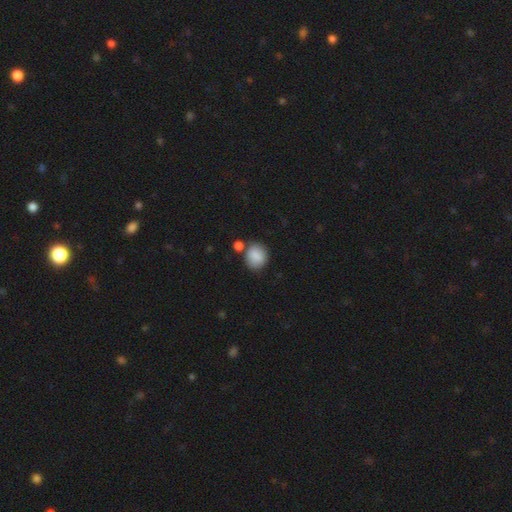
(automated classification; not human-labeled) This is clearly a smooth galaxy (87%). How rounded: likely round (74%). Merging: likely none (67%).